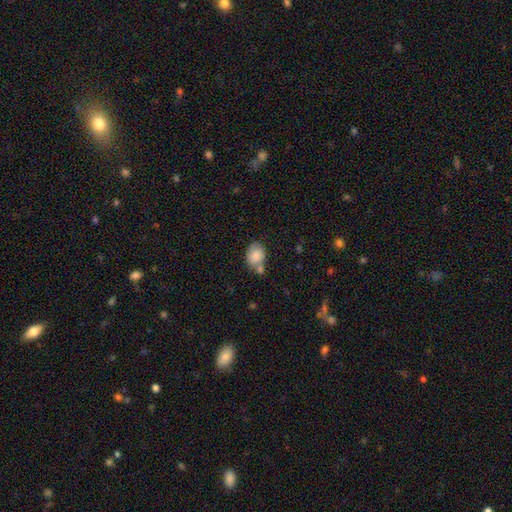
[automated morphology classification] Smooth or featured?
  - smooth: 83% *
  - featured or disk: 10%
  - star or artifact: 8%
How rounded?
  - in between: 62% *
  - round: 37%
  - cigar-shaped: 1%
Merging?
  - none: 51% *
  - merger: 25%
  - minor disturbance: 19%
  - major disturbance: 5%